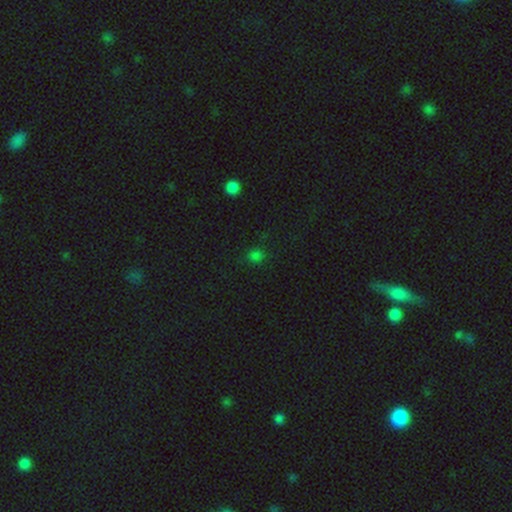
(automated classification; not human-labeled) This appears to be a smooth galaxy with no disk features (74%) that is round (76%). Merging: none (84%).